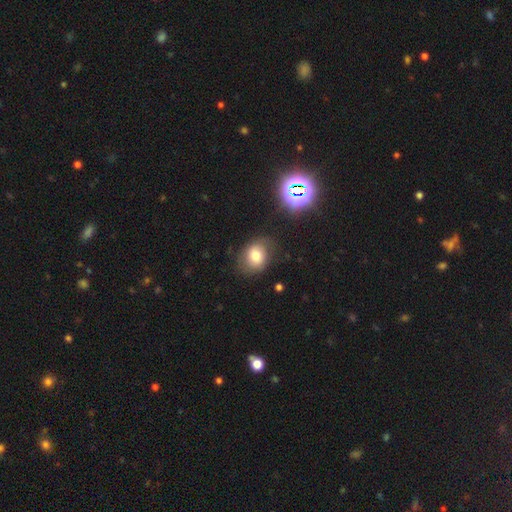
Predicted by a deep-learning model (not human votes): Smooth or featured? smooth (72%)
How rounded? round (52%)
Merging? none (72%)